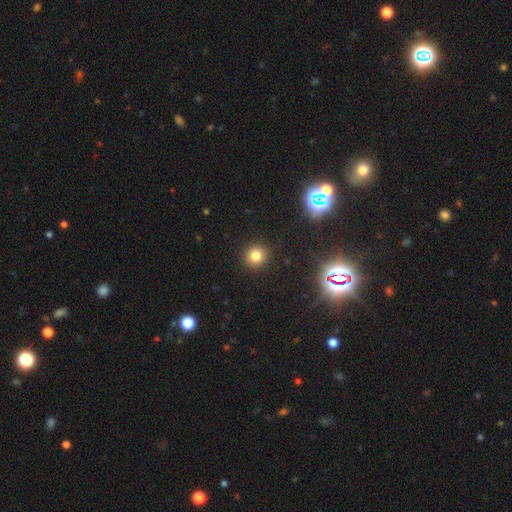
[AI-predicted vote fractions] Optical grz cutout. It shows a smooth galaxy with no disk features (78%) that is round (91%). Merging: none (92%).